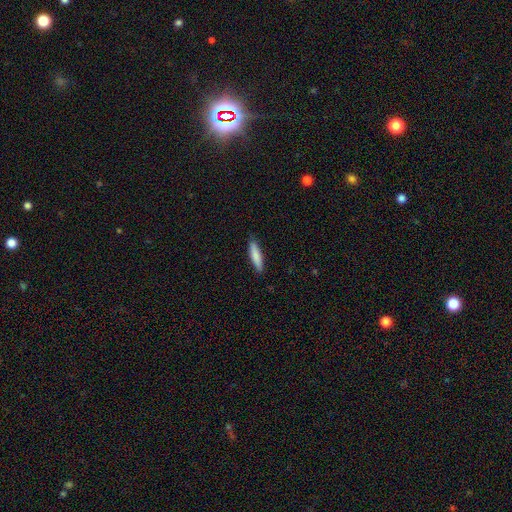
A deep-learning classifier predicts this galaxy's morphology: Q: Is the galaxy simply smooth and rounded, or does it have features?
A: smooth — 83%.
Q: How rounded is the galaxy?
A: cigar-shaped — 83%.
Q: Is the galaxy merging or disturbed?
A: none — 89%.